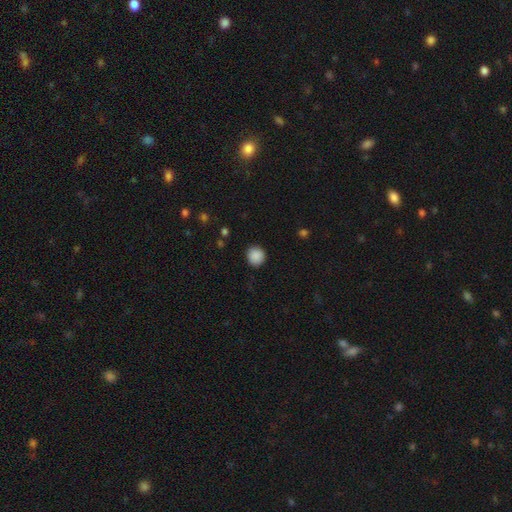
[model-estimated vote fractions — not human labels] smooth-or-featured: smooth: 89% | star or artifact: 9% | featured or disk: 3%
  how-rounded: round: 92% | in between: 7% | cigar-shaped: 1%
  merging: none: 90% | minor disturbance: 7% | major disturbance: 2% | merger: 1%